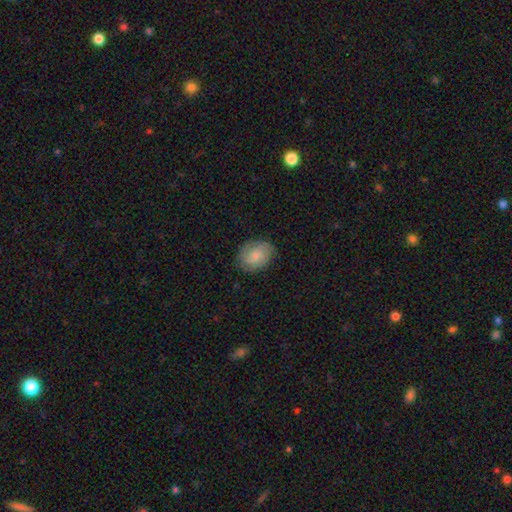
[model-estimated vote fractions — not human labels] Smooth or featured?
  - smooth: 66% *
  - featured or disk: 27%
  - star or artifact: 7%
How rounded?
  - in between: 55% *
  - round: 44%
  - cigar-shaped: 1%
Merging?
  - none: 76% *
  - minor disturbance: 18%
  - major disturbance: 5%
  - merger: 1%